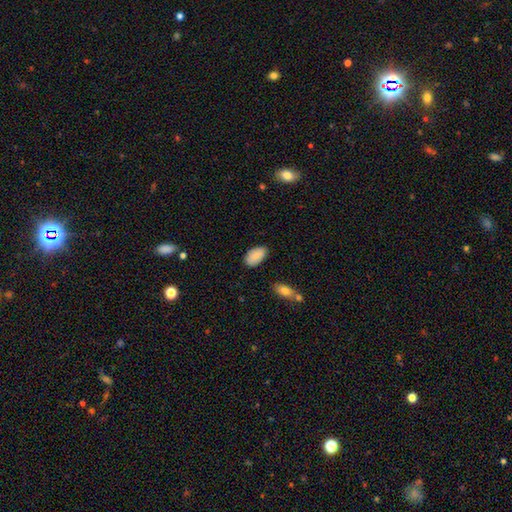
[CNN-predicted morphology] Smooth or featured: smooth — 86% (featured or disk — 8%)
How rounded: in between — 95% (round — 4%)
Merging: none — 84% (minor disturbance — 12%)